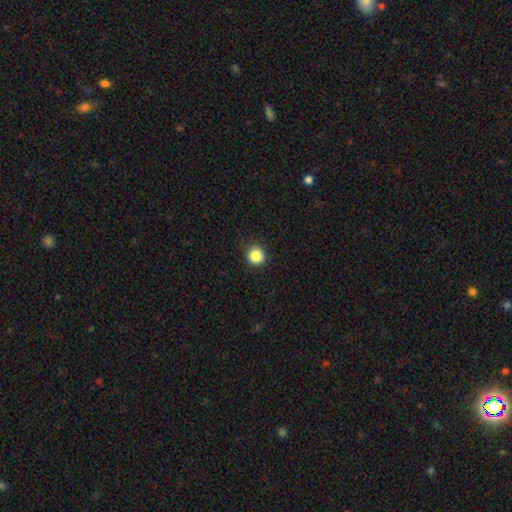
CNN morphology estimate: Smooth or featured? smooth (86%)
How rounded? round (94%)
Merging? none (89%)